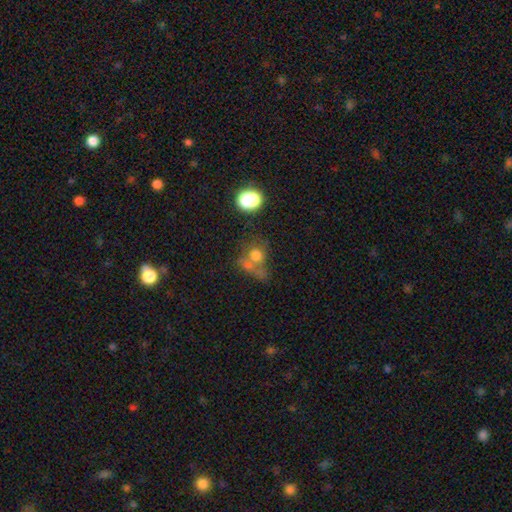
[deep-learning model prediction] Q: Smooth or featured?
A: smooth (63%); runner-up: featured or disk (20%)
Q: How rounded?
A: round (73%); runner-up: in between (25%)
Q: Merging?
A: merger (40%); runner-up: none (30%)